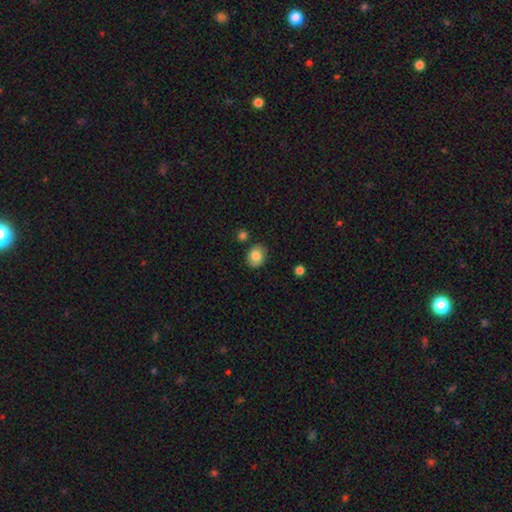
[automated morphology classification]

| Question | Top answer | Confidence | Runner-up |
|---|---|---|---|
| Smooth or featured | smooth | 83% | featured or disk (9%) |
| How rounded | round | 51% | in between (48%) |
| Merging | none | 83% | minor disturbance (12%) |